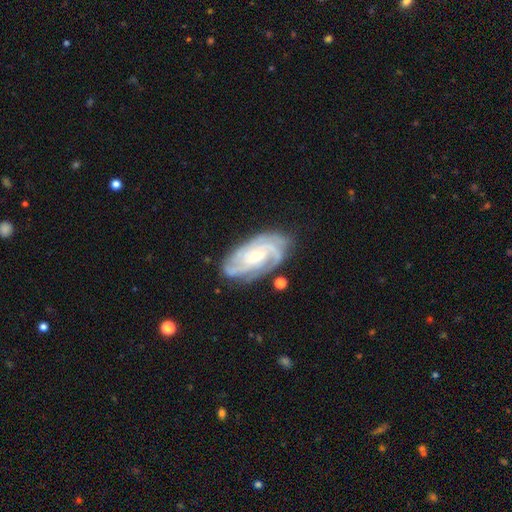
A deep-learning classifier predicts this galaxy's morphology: The model was most divided on "spiral arm count": 3: 33%, 4: 25%, can't tell: 18%, 2: 13%, more than 4: 6%, 1: 5%. More confident: spiral arms — yes (97%); edge-on disk — no (96%); smooth or featured — featured or disk (88%); merging — none (76%); spiral winding — tight (66%); bar — no (61%); bulge size — small (56%).